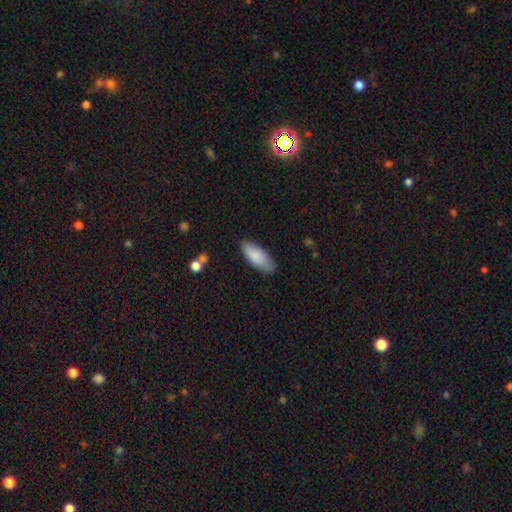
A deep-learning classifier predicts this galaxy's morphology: smooth 83%, featured or disk 11%, star or artifact 6%. Down the decision tree: how rounded — in between (81%); merging — none (79%).